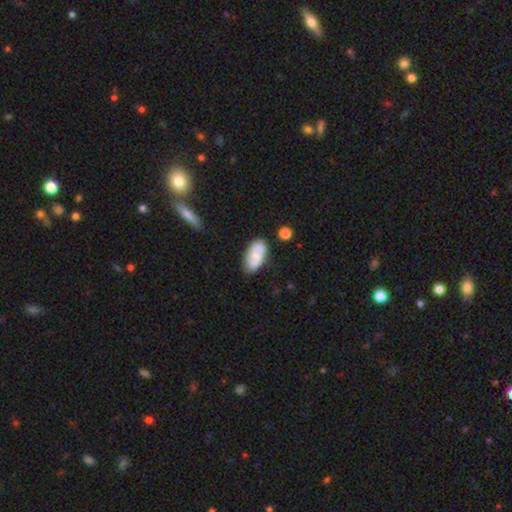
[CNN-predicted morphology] A smooth galaxy with no disk features (53%) that is in between round and cigar-shaped (92%). Merging: none (70%).